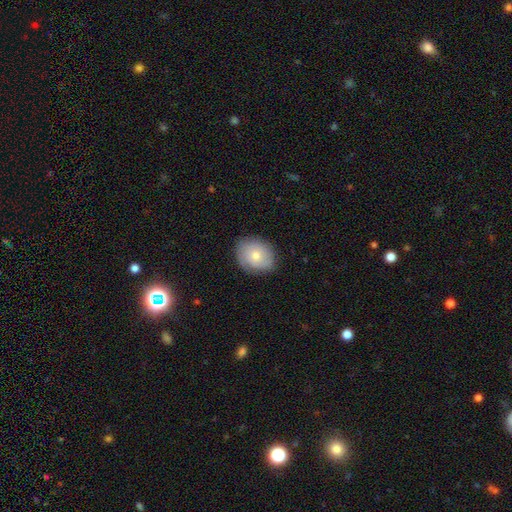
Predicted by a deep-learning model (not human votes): Smooth or featured? smooth (63%)
How rounded? round (53%)
Merging? none (79%)